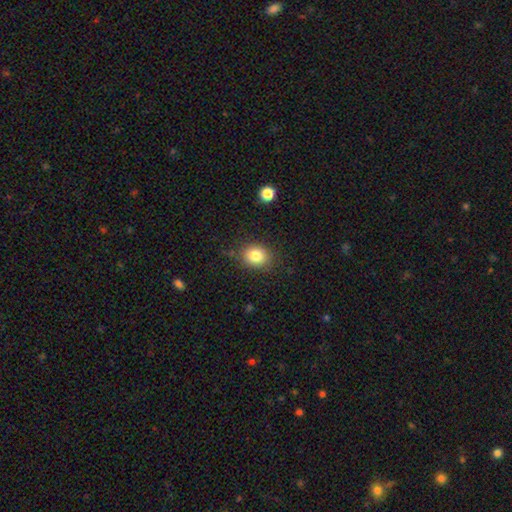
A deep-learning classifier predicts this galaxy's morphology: smooth 83%, star or artifact 10%, featured or disk 7%. Down the decision tree: how rounded — round (59%); merging — none (83%).